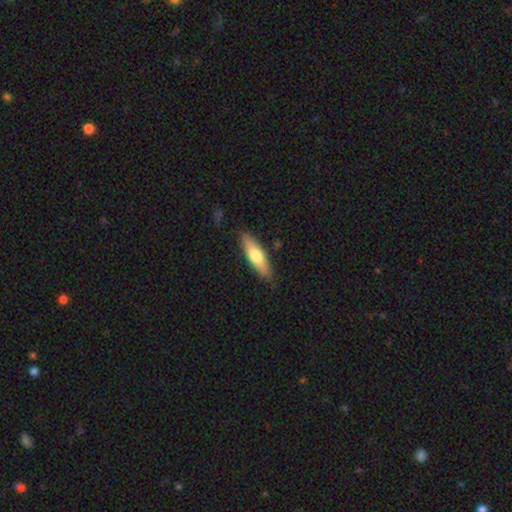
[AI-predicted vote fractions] This appears to be a smooth galaxy with no disk features (65%) that is cigar-shaped (60%). Merging: none (85%).